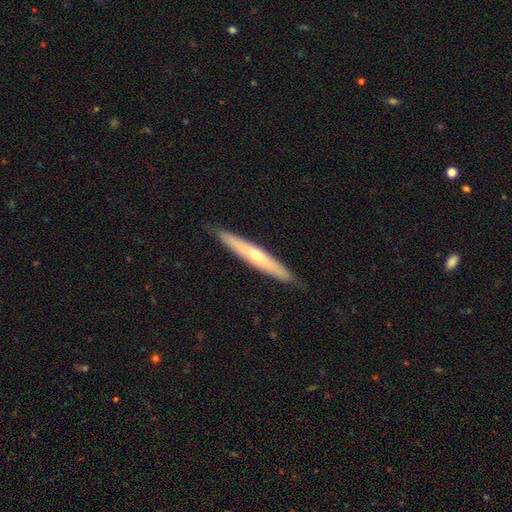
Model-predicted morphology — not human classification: Q: Smooth or featured?
A: featured or disk (55%); runner-up: smooth (40%)
Q: Edge-on disk?
A: yes (92%); runner-up: no (8%)
Q: Edge-on bulge?
A: rounded (73%); runner-up: none (24%)
Q: Merging?
A: none (89%); runner-up: minor disturbance (8%)